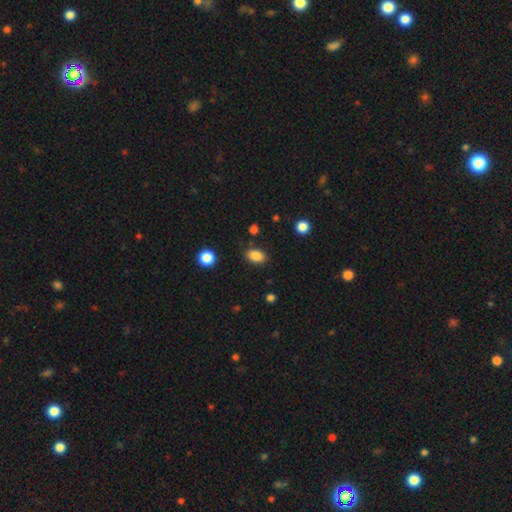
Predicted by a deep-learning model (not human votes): smooth_or_featured: smooth (p=0.86) [alt: star or artifact p=0.09]
how_rounded: in between (p=0.80) [alt: round p=0.18]
merging: none (p=0.82) [alt: minor disturbance p=0.12]